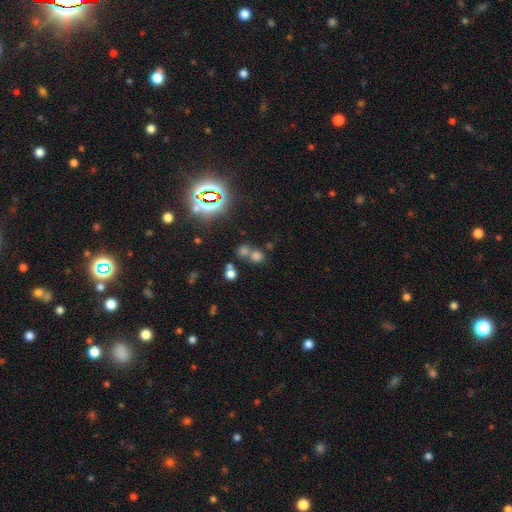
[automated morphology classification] Q: Smooth or featured?
A: smooth (60%); runner-up: star or artifact (31%)
Q: How rounded?
A: round (83%); runner-up: in between (16%)
Q: Merging?
A: none (53%); runner-up: merger (35%)